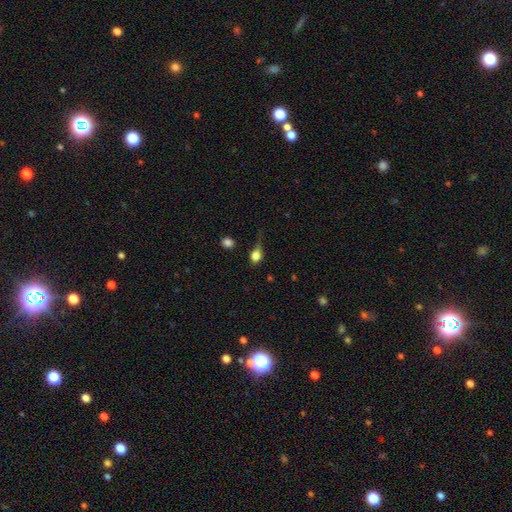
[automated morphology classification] This is likely a smooth galaxy (79%). How rounded: possibly round (53%). Merging: marginally none (36%).